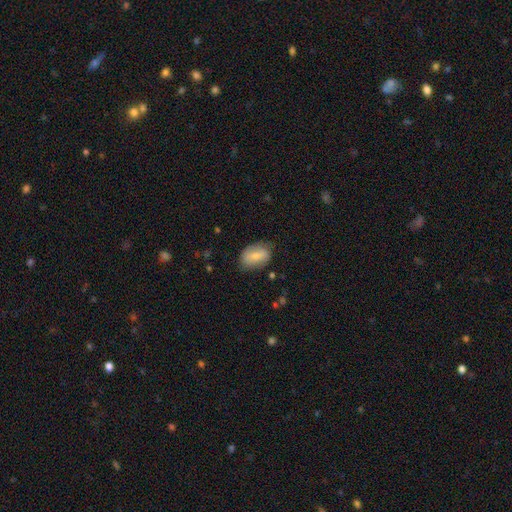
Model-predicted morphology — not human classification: type=smooth (66%); roundness=in between (85%); merging=none (71%).